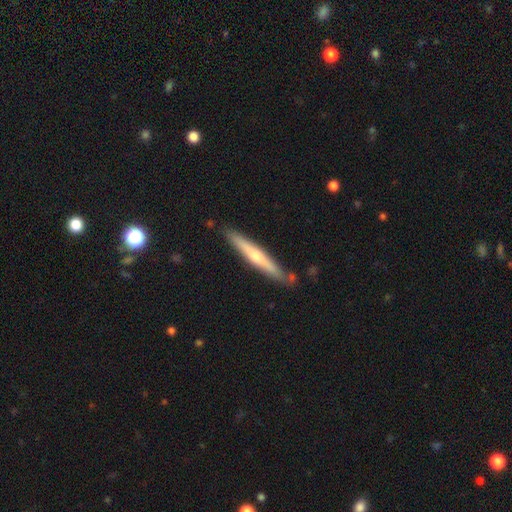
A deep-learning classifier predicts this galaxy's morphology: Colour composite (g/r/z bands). It shows a featured or disk galaxy (53%) viewed edge-on (95%) with a rounded central bulge (70%). Merging: none (84%).